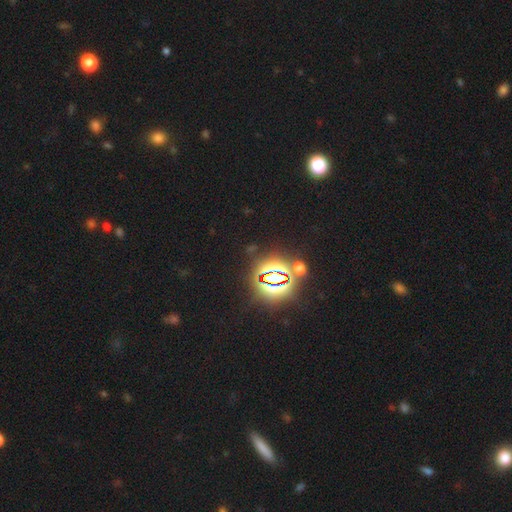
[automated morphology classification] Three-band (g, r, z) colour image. It shows a star or artifact, not a galaxy (81%).